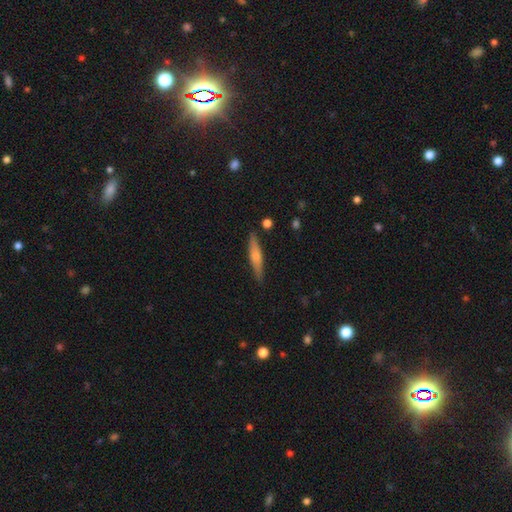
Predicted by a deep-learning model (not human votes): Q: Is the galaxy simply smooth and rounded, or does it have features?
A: smooth — 57%.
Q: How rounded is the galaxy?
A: cigar-shaped — 87%.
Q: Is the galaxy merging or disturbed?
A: none — 85%.